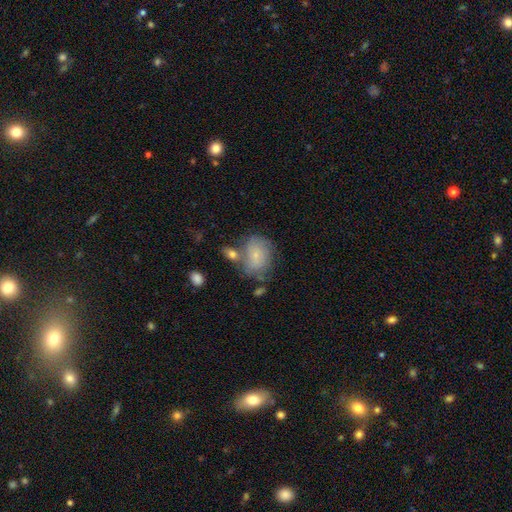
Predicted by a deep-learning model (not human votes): Smooth or featured?
  - smooth: 63% *
  - featured or disk: 28%
  - star or artifact: 8%
How rounded?
  - in between: 54% *
  - round: 44%
  - cigar-shaped: 1%
Merging?
  - none: 49% *
  - minor disturbance: 22%
  - merger: 19%
  - major disturbance: 10%